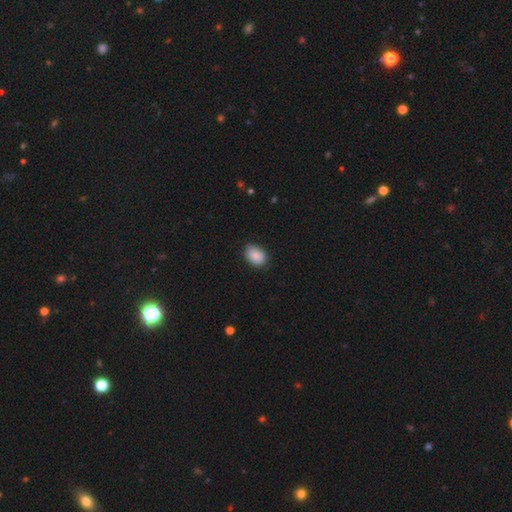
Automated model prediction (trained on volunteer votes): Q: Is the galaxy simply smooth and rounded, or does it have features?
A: smooth — 89%.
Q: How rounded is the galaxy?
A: in between — 78%.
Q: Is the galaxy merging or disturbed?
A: none — 83%.